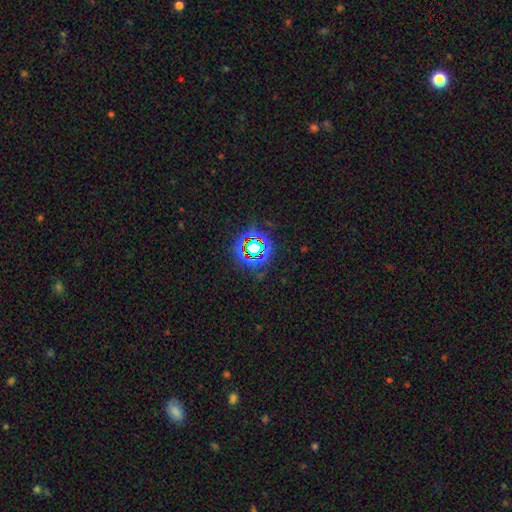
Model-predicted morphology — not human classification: Smooth or featured?
  - star or artifact: 74% *
  - smooth: 16%
  - featured or disk: 10%